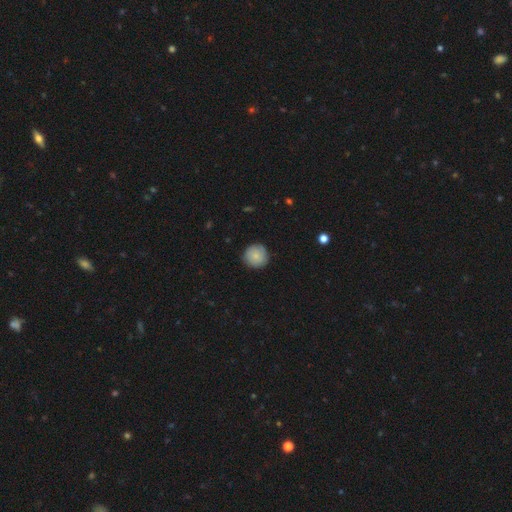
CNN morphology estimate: Q: Smooth or featured?
A: smooth (81%); runner-up: featured or disk (12%)
Q: How rounded?
A: round (95%); runner-up: in between (4%)
Q: Merging?
A: none (87%); runner-up: minor disturbance (10%)